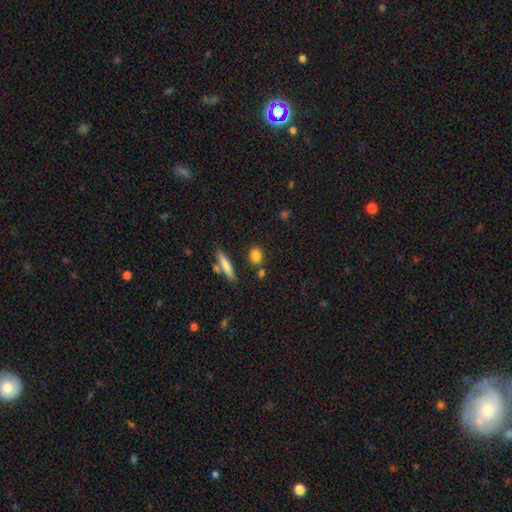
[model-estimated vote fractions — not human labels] Smooth or featured: smooth — 83% (star or artifact — 9%)
How rounded: round — 60% (in between — 29%)
Merging: none — 78% (minor disturbance — 10%)